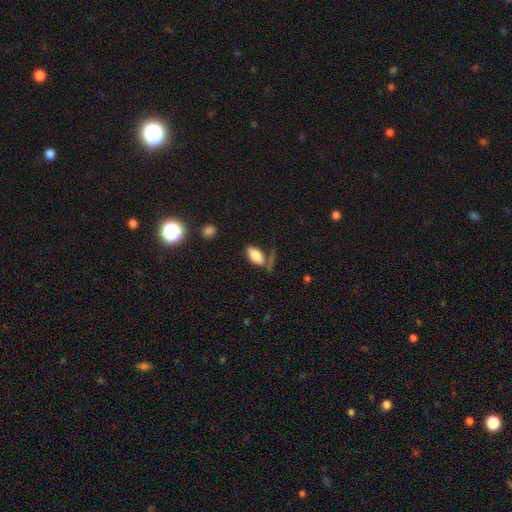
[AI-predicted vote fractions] This appears to be a smooth galaxy with no disk features (78%) that is in between round and cigar-shaped (88%). Merging: none (54%).